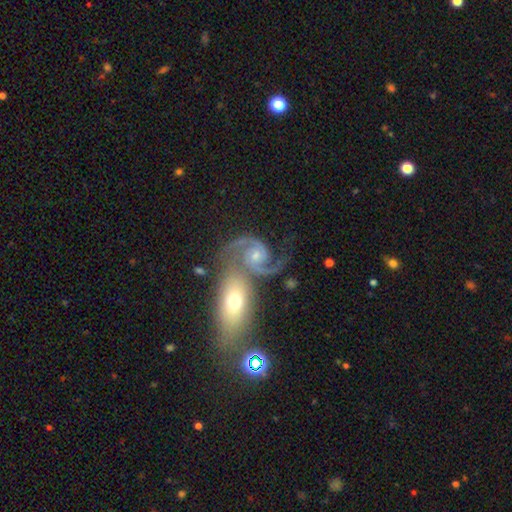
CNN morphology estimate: featured or disk 89%, smooth 6%, star or artifact 5%. Down the decision tree: edge-on disk — no (97%); bar — no (65%); spiral arms — yes (98%); spiral arm count — 2 (92%); spiral winding — medium (57%); bulge size — small (46%, tied with moderate); merging — merger (39%, tied with none).